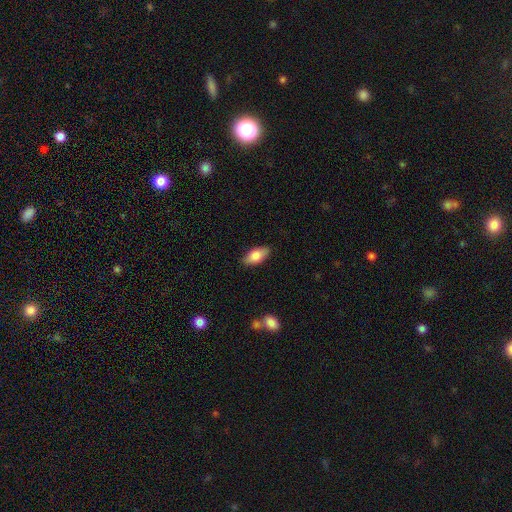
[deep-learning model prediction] A smooth galaxy with no disk features (82%) that is in between round and cigar-shaped (90%).

Vote fractions:
- Smooth or featured? smooth: 82% / featured or disk: 12% / star or artifact: 6%
- How rounded? in between: 90% / cigar-shaped: 7% / round: 3%
- Merging? none: 85% / minor disturbance: 12% / major disturbance: 2% / merger: 1%